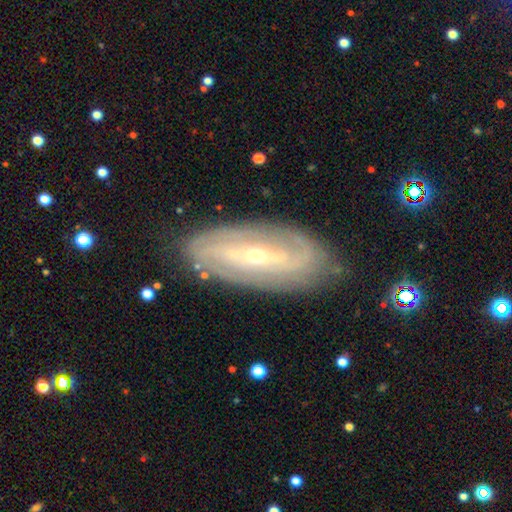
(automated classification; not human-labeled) Q: Smooth or featured?
A: featured or disk (83%); runner-up: smooth (11%)
Q: Edge-on disk?
A: no (87%); runner-up: yes (13%)
Q: Bar?
A: strong (37%); runner-up: weak (32%)
Q: Spiral arms?
A: yes (86%); runner-up: no (14%)
Q: Spiral winding?
A: tight (56%); runner-up: medium (30%)
Q: Spiral arm count?
A: 2 (46%); runner-up: can't tell (33%)
Q: Bulge size?
A: small (70%); runner-up: moderate (27%)
Q: Merging?
A: none (82%); runner-up: minor disturbance (13%)